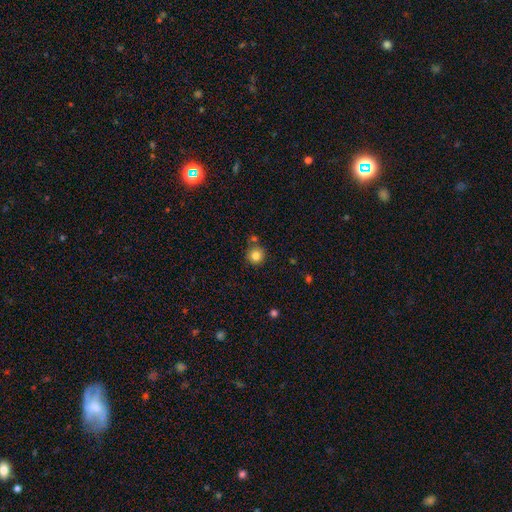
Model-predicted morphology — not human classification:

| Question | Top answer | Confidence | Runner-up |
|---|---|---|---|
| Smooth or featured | smooth | 83% | star or artifact (11%) |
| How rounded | round | 93% | in between (6%) |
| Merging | none | 74% | merger (12%) |